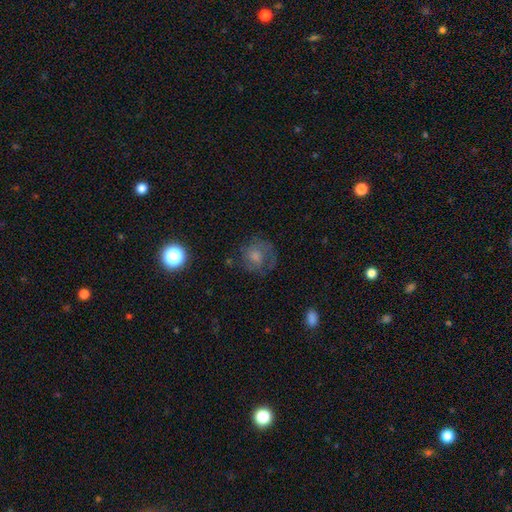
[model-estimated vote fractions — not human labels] Overall: smooth (53%; featured or disk 35%). How rounded: round (80%). Merging: none (59%; minor disturbance 21%).